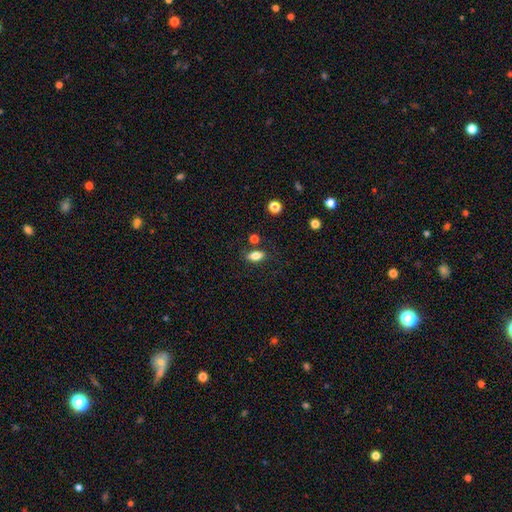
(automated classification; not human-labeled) This is clearly a smooth galaxy (81%). How rounded: clearly in between (84%). Merging: likely none (79%).